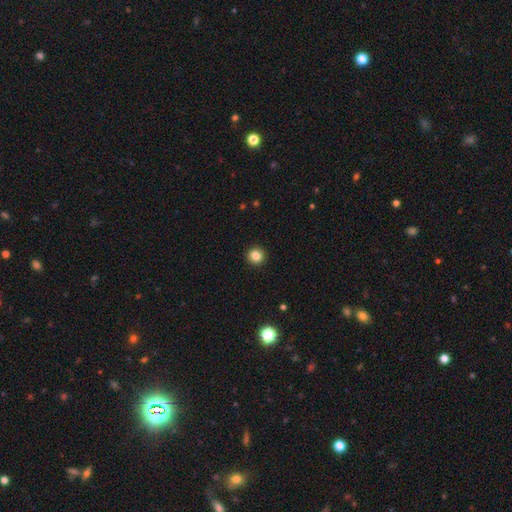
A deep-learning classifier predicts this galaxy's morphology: A smooth galaxy with no disk features (84%) that is round (94%). Merging: none (93%).